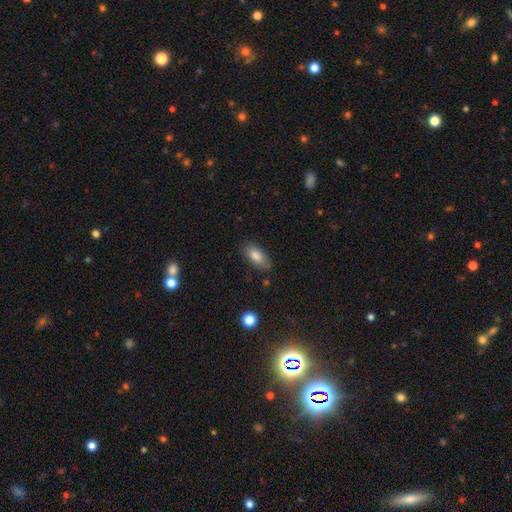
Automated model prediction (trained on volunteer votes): A smooth galaxy with no disk features (83%) that is in between round and cigar-shaped (84%). Merging: none (79%).